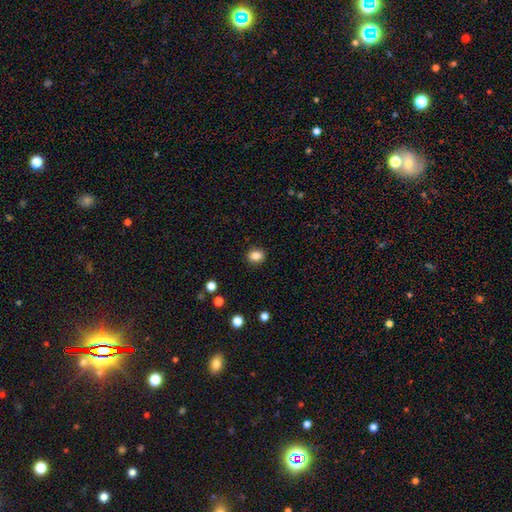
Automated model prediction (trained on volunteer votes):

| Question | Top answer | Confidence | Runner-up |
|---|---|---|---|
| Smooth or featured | smooth | 86% | star or artifact (10%) |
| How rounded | round | 60% | in between (39%) |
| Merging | none | 90% | minor disturbance (7%) |